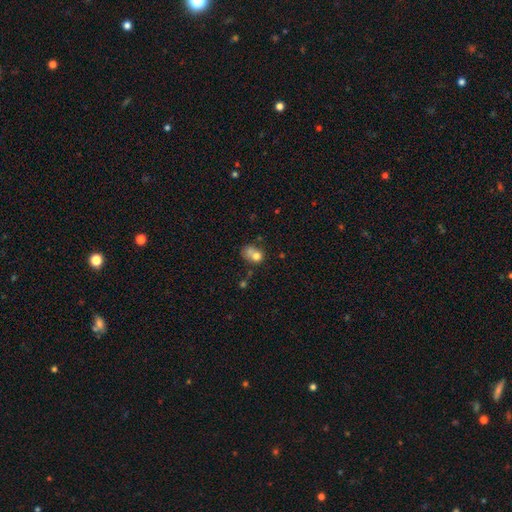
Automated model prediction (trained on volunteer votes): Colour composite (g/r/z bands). It shows a smooth galaxy with no disk features (71%) that is round (53%). Merging: merger (40%).